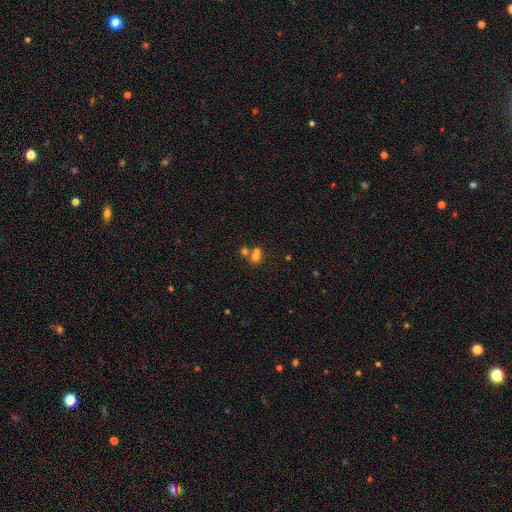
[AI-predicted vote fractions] Q: Smooth or featured?
A: smooth (66%); runner-up: featured or disk (17%)
Q: How rounded?
A: round (73%); runner-up: in between (26%)
Q: Merging?
A: merger (59%); runner-up: none (32%)